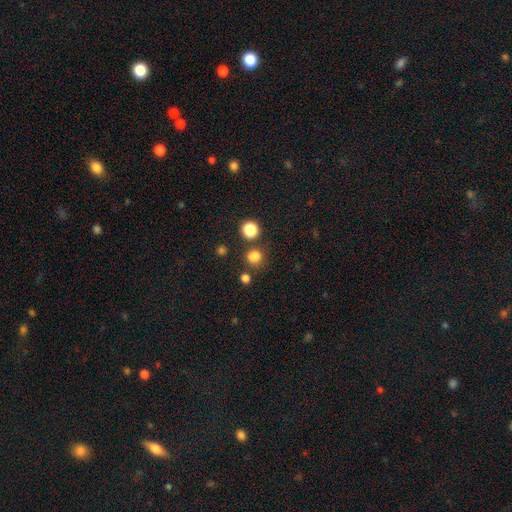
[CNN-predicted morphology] smooth-or-featured: smooth: 78% | star or artifact: 18% | featured or disk: 5%
  how-rounded: round: 84% | in between: 15% | cigar-shaped: 1%
  merging: none: 75% | minor disturbance: 11% | merger: 10% | major disturbance: 5%